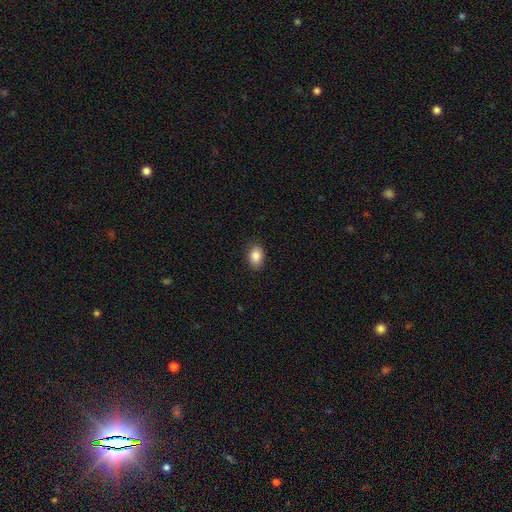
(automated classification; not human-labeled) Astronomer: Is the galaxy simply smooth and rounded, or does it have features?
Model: smooth — 87%.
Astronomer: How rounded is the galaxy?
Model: in between — 83%.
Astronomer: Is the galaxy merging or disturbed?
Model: none — 87%.